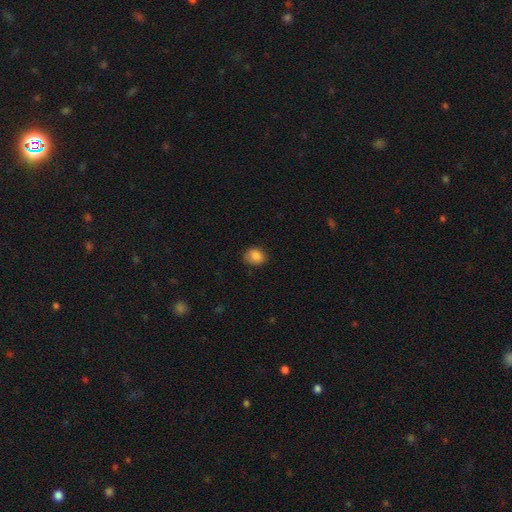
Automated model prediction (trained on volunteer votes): A smooth galaxy with no disk features (86%) that is in between round and cigar-shaped (53%).

Vote fractions:
- Smooth or featured? smooth: 86% / star or artifact: 9% / featured or disk: 6%
- How rounded? in between: 53% / round: 46% / cigar-shaped: 1%
- Merging? none: 77% / minor disturbance: 18% / major disturbance: 4% / merger: 1%